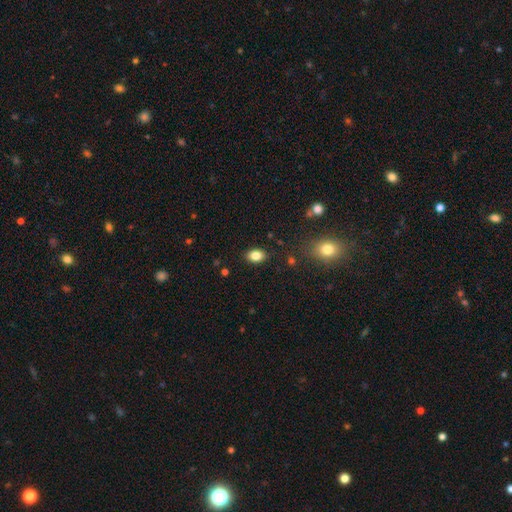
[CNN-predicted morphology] A smooth galaxy with no disk features (84%) that is in between round and cigar-shaped (77%). Merging: none (87%).